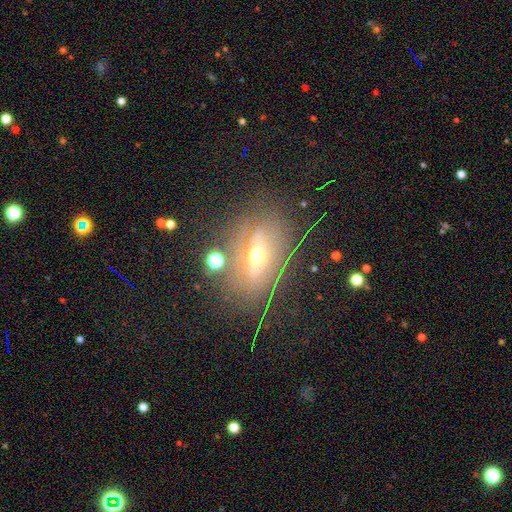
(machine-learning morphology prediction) featured or disk 60%, smooth 23%, star or artifact 17%. Down the decision tree: edge-on disk — no (52%); merging — none (69%).